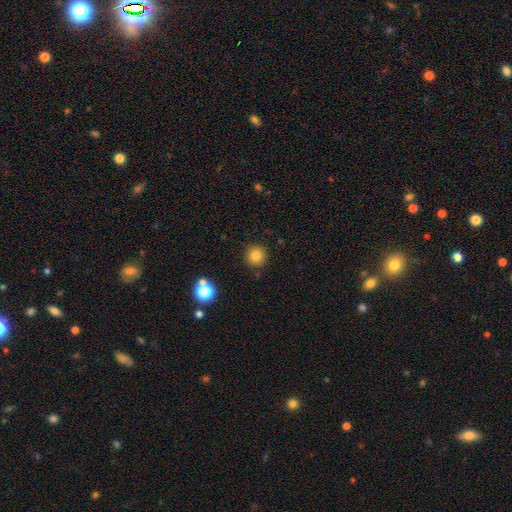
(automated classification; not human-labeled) A smooth galaxy with no disk features (80%) that is round (95%). Merging: none (90%).